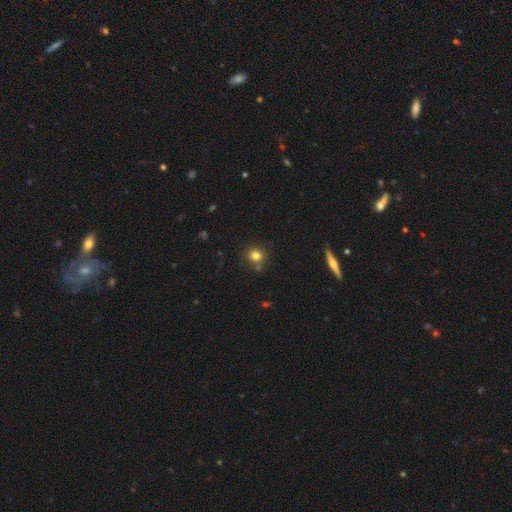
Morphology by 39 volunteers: smooth-or-featured: smooth: 87% | star or artifact: 8% | featured or disk: 5%
  how-rounded: round: 91% | in between: 9% | cigar-shaped: 0%
  merging: none: 75% | minor disturbance: 17% | merger: 6% | major disturbance: 3%